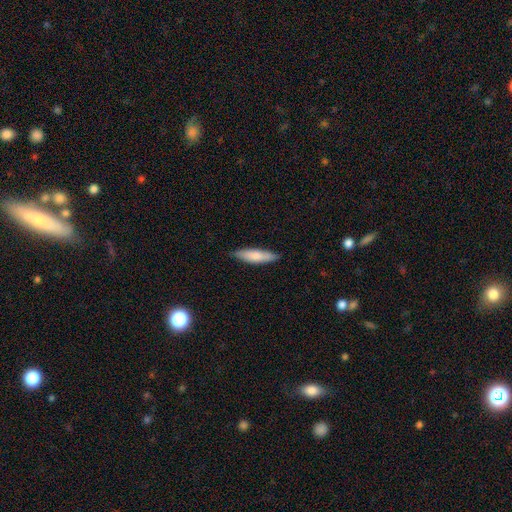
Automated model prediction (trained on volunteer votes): Smooth or featured: smooth — 79% (featured or disk — 15%)
How rounded: cigar-shaped — 67% (in between — 32%)
Merging: none — 84% (minor disturbance — 13%)